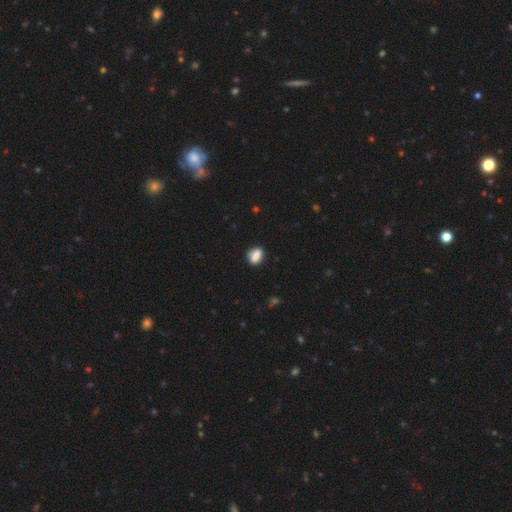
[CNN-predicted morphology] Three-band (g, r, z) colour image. It shows a smooth galaxy with no disk features (84%) that is in between round and cigar-shaped (72%). Merging: none (81%).